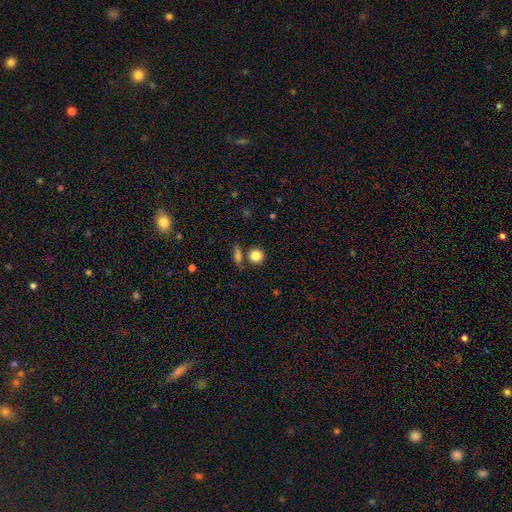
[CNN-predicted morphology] smooth-or-featured: smooth: 84% | star or artifact: 9% | featured or disk: 7%
  how-rounded: round: 86% | in between: 12% | cigar-shaped: 2%
  merging: none: 73% | merger: 14% | minor disturbance: 10% | major disturbance: 3%